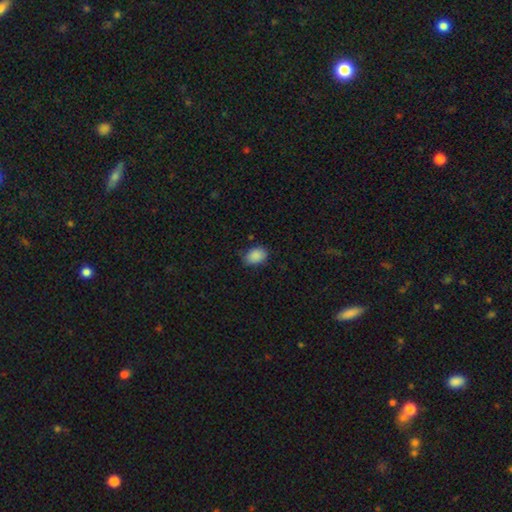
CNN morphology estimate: smooth 88%, star or artifact 8%, featured or disk 3%. Down the decision tree: how rounded — in between (77%); merging — none (76%).